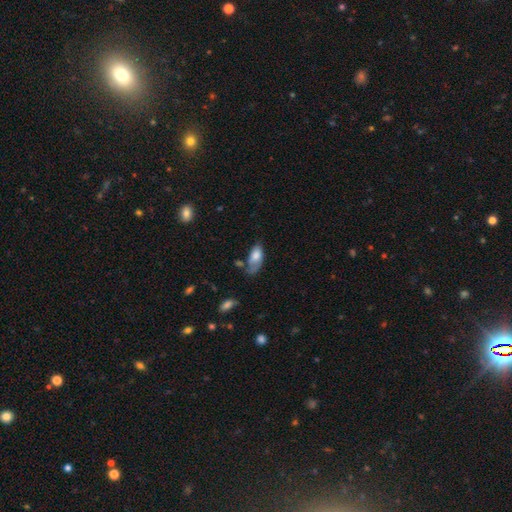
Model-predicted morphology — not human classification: Smooth or featured?
  - smooth: 73% *
  - featured or disk: 20%
  - star or artifact: 7%
How rounded?
  - in between: 91% *
  - cigar-shaped: 5%
  - round: 3%
Merging?
  - minor disturbance: 34% *
  - none: 33%
  - major disturbance: 25%
  - merger: 9%